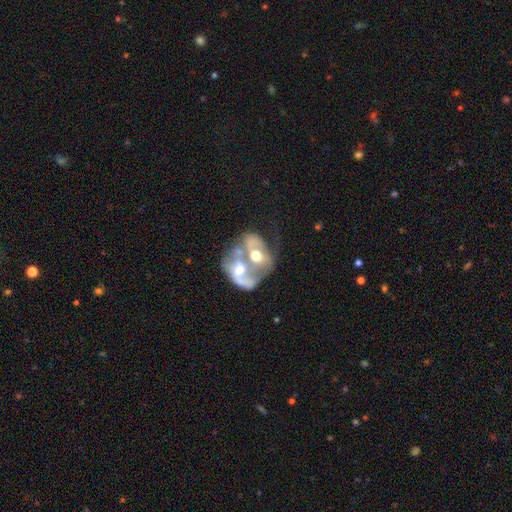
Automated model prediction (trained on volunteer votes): The model was most divided on "spiral arms": no: 62%, yes: 38%. More confident: edge-on disk — no (97%); merging — merger (77%); bar — no (76%); bulge size — moderate (64%); smooth or featured — featured or disk (63%).